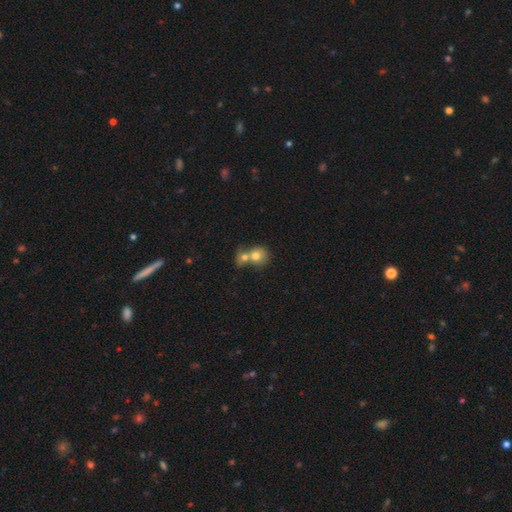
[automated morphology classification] Smooth or featured? smooth (74%)
How rounded? round (74%)
Merging? merger (67%)